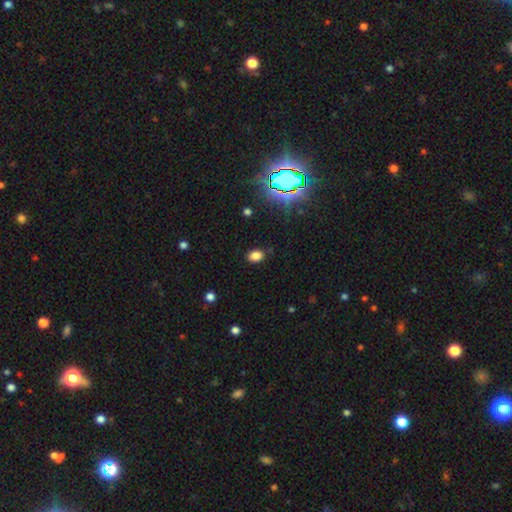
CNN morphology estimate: Q: Smooth or featured?
A: smooth (79%); runner-up: star or artifact (16%)
Q: How rounded?
A: in between (73%); runner-up: round (26%)
Q: Merging?
A: none (84%); runner-up: minor disturbance (11%)